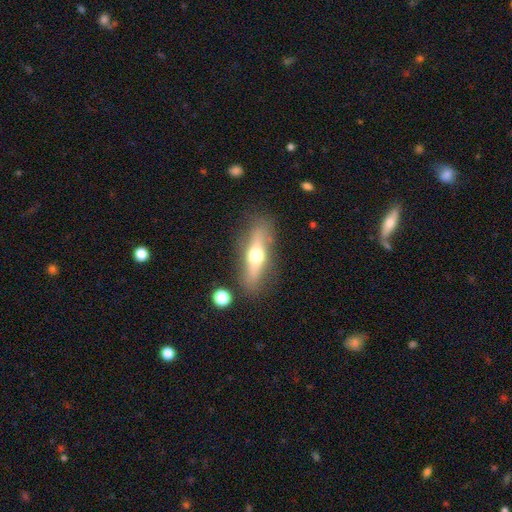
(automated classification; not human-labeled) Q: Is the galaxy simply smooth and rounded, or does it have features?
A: featured or disk — 51%.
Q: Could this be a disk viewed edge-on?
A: yes — 82%.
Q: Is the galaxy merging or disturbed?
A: none — 81%.